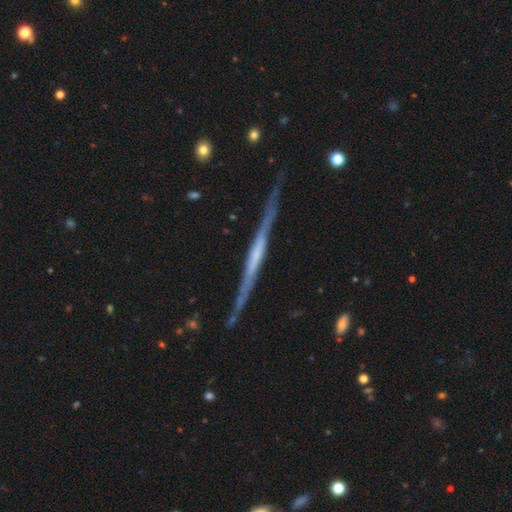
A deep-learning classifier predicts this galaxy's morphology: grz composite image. It shows a featured or disk galaxy (78%) viewed edge-on (97%) with no central bulge (65%). Merging: none (84%).